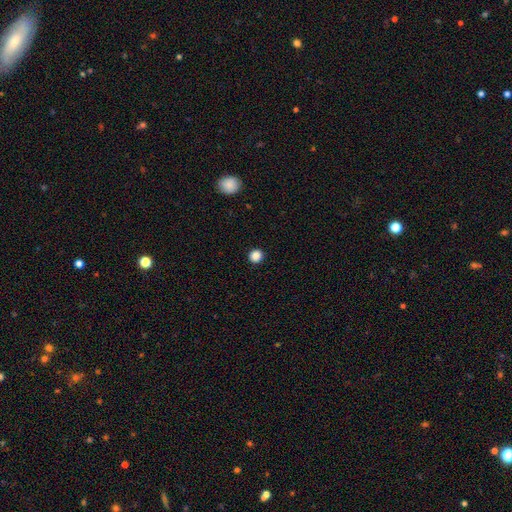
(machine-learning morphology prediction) type=smooth (86%); roundness=round (91%); merging=none (93%).